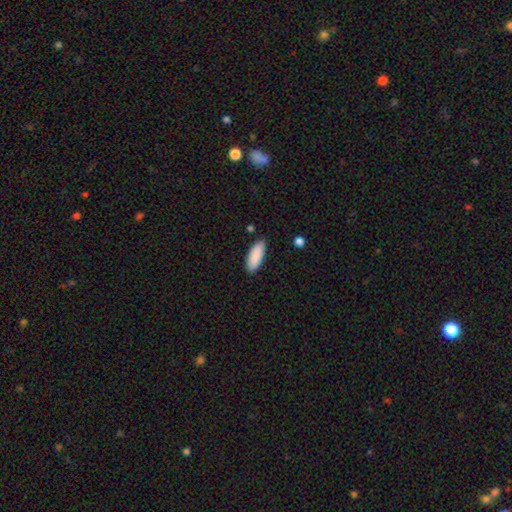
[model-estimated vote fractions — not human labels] This appears to be a smooth galaxy with no disk features (90%) that is in between round and cigar-shaped (73%). Merging: none (87%).